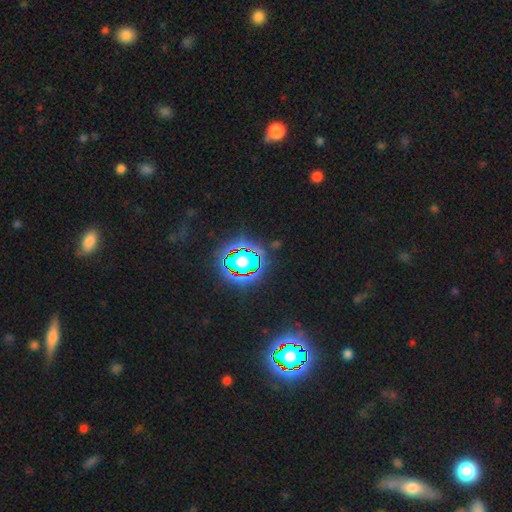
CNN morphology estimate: type=star or artifact (67%).